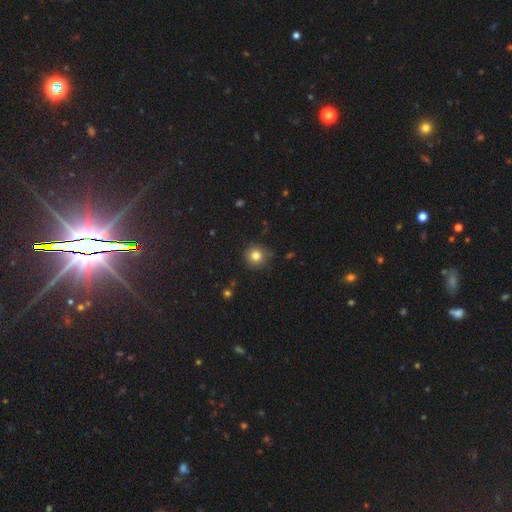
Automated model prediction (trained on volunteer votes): Smooth or featured? Predicted: smooth (p=0.81). How rounded? Predicted: round (p=0.93). Merging? Predicted: none (p=0.86).